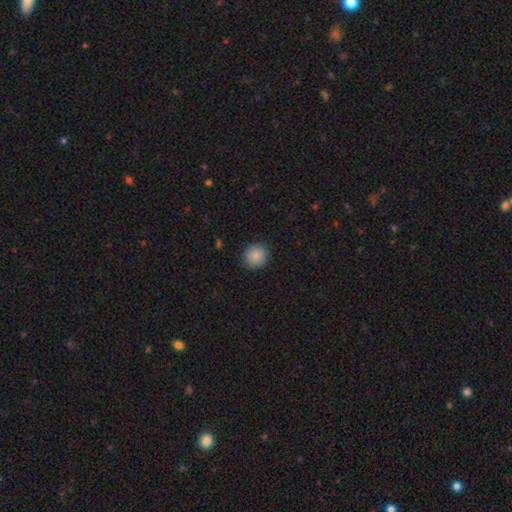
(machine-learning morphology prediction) smooth-or-featured: smooth: 88% | star or artifact: 8% | featured or disk: 3%
  how-rounded: round: 89% | in between: 10% | cigar-shaped: 1%
  merging: none: 91% | minor disturbance: 6% | major disturbance: 2% | merger: 1%